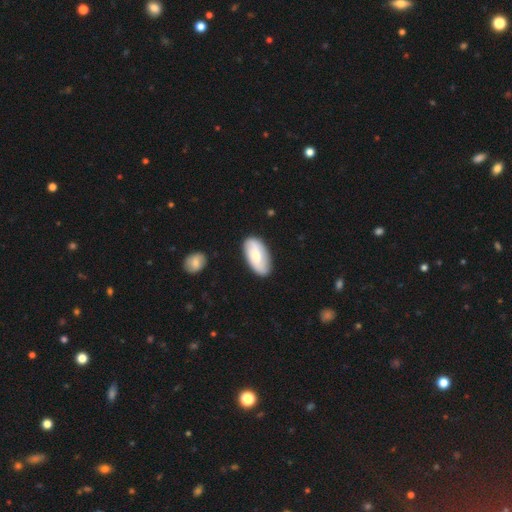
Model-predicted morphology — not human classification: This is possibly a smooth galaxy (58%). How rounded: clearly in between (93%). Merging: clearly none (83%).